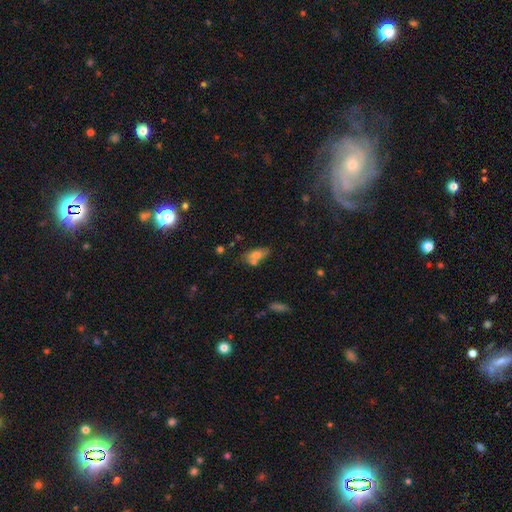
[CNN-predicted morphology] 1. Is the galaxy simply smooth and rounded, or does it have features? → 66% smooth, 23% featured or disk, 10% star or artifact.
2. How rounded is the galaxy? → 83% in between, 10% cigar-shaped, 7% round.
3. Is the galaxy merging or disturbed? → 48% none, 28% merger, 18% minor disturbance, 6% major disturbance.